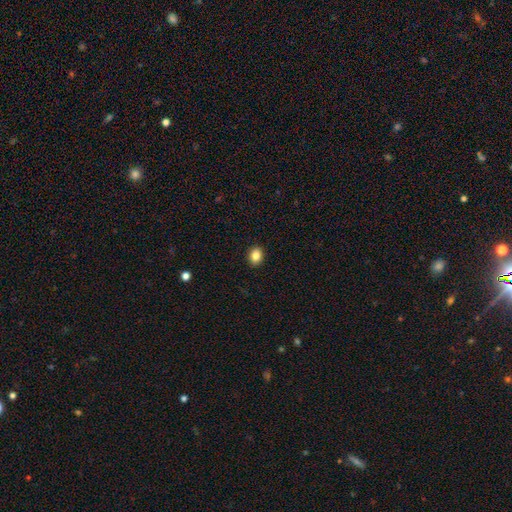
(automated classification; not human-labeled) The model was most divided on "how rounded": in between: 60%, round: 39%, cigar-shaped: 1%. More confident: merging — none (91%); smooth or featured — smooth (86%).